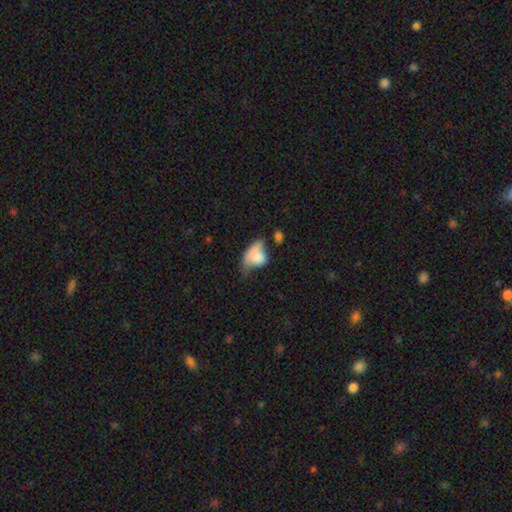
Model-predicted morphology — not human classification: Smooth or featured: smooth — 72% (featured or disk — 19%)
How rounded: in between — 78% (round — 20%)
Merging: minor disturbance — 30% (tied with major disturbance — 30%)